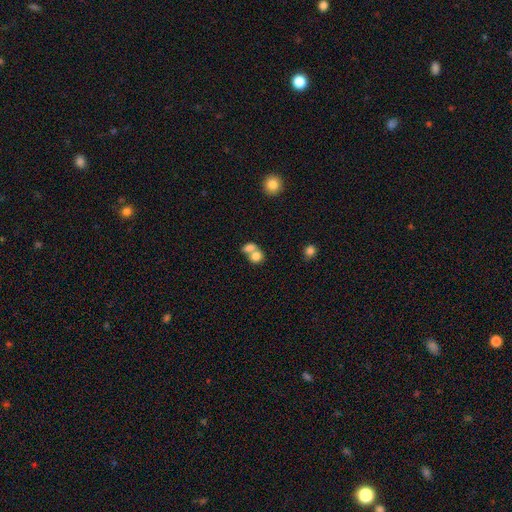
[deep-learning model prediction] Smooth or featured? smooth (77%)
How rounded? round (60%)
Merging? merger (65%)